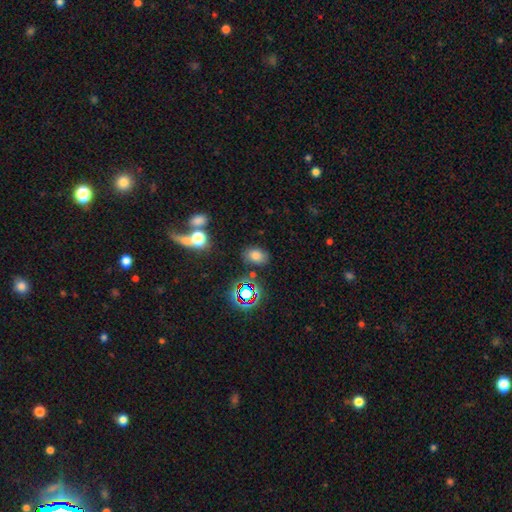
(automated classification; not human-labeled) Morphology: type=smooth (70%); roundness=in between (75%); merging=none (76%).